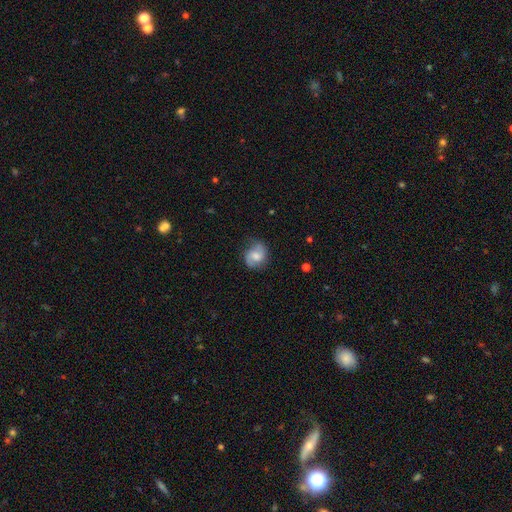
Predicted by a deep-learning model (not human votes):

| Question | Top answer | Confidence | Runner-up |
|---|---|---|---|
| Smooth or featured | featured or disk | 62% | smooth (30%) |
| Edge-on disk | no | 98% | yes (2%) |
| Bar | no | 49% | weak (43%) |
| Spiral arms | yes | 92% | no (8%) |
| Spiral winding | medium | 45% | loose (37%) |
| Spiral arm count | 2 | 87% | can't tell (6%) |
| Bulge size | moderate | 47% | small (29%) |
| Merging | none | 74% | minor disturbance (19%) |